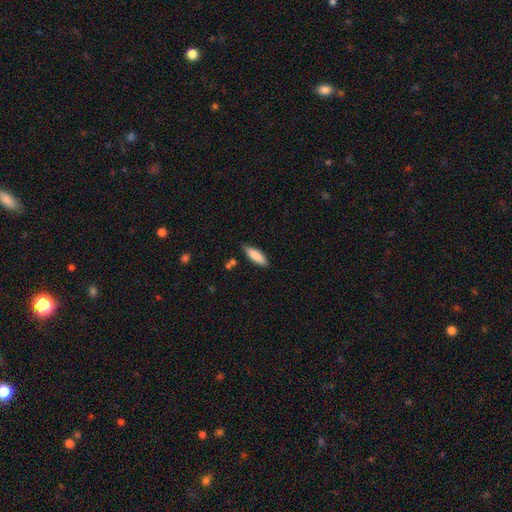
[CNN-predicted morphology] smooth_or_featured: smooth (p=0.84) [alt: featured or disk p=0.10]
how_rounded: cigar-shaped (p=0.58) [alt: in between p=0.40]
merging: none (p=0.83) [alt: minor disturbance p=0.13]